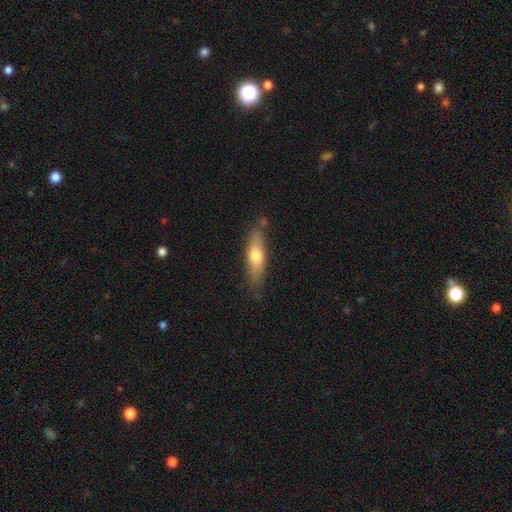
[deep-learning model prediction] smooth-or-featured: smooth: 61% | featured or disk: 33% | star or artifact: 6%
  how-rounded: cigar-shaped: 59% | in between: 38% | round: 3%
  merging: none: 76% | minor disturbance: 16% | merger: 5% | major disturbance: 3%